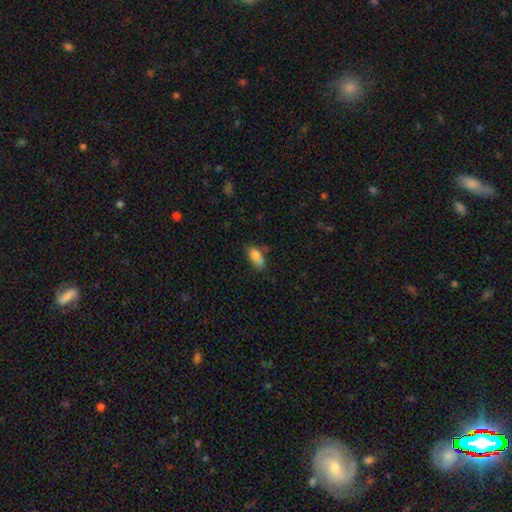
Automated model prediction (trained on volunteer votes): Smooth or featured: smooth — 85% (star or artifact — 8%)
How rounded: in between — 86% (cigar-shaped — 11%)
Merging: none — 60% (minor disturbance — 24%)